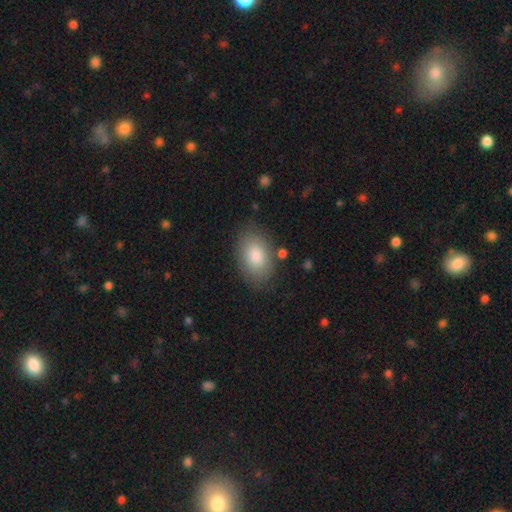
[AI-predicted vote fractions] Smooth or featured? Predicted: smooth (p=0.83). How rounded? Predicted: in between (p=0.89). Merging? Predicted: none (p=0.81).